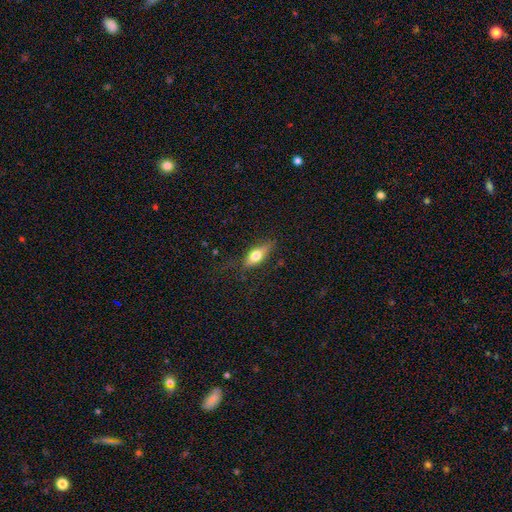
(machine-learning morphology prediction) Smooth or featured?
  - smooth: 60% *
  - featured or disk: 32%
  - star or artifact: 7%
How rounded?
  - in between: 64% *
  - cigar-shaped: 31%
  - round: 4%
Merging?
  - none: 76% *
  - minor disturbance: 17%
  - major disturbance: 5%
  - merger: 1%